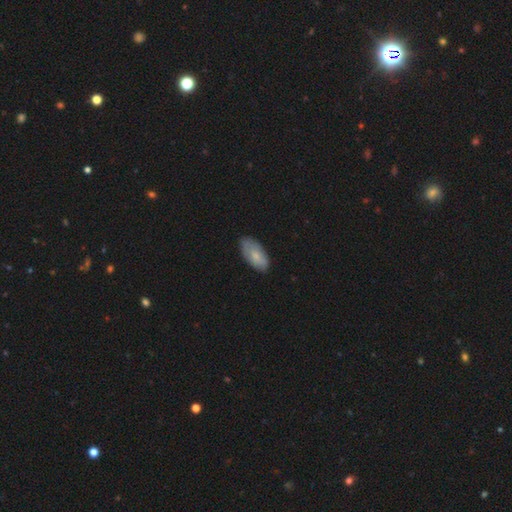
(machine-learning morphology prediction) Smooth or featured? smooth (70%)
How rounded? in between (93%)
Merging? none (72%)